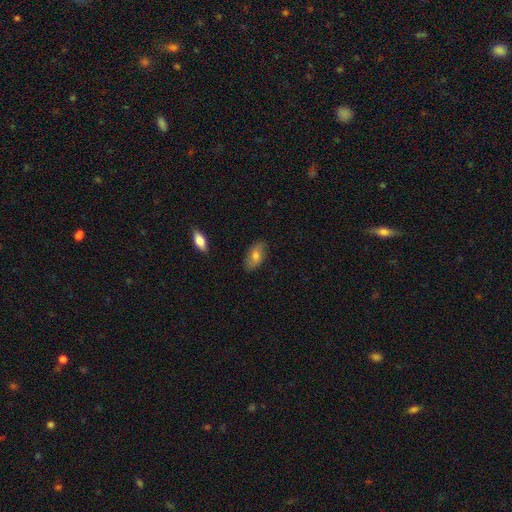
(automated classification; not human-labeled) Smooth or featured: smooth — 67% (featured or disk — 25%)
How rounded: in between — 92% (round — 4%)
Merging: none — 83% (minor disturbance — 13%)